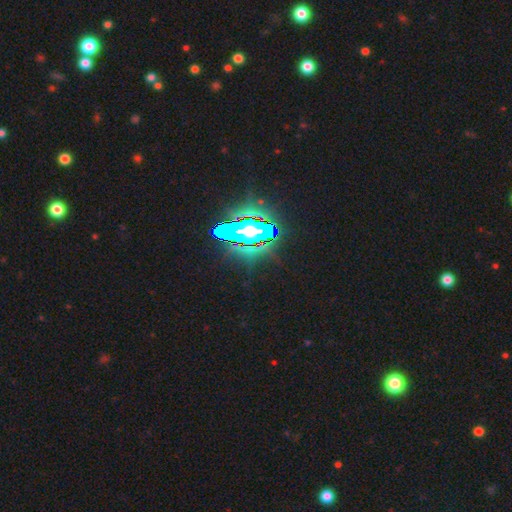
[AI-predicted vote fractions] smooth_or_featured: star or artifact (p=0.67) [alt: featured or disk p=0.20]